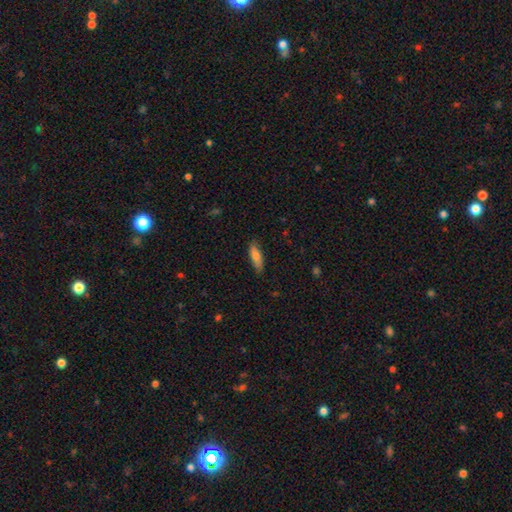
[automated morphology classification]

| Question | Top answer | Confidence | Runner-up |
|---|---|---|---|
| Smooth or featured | smooth | 75% | featured or disk (19%) |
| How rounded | in between | 50% | cigar-shaped (48%) |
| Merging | none | 81% | minor disturbance (16%) |